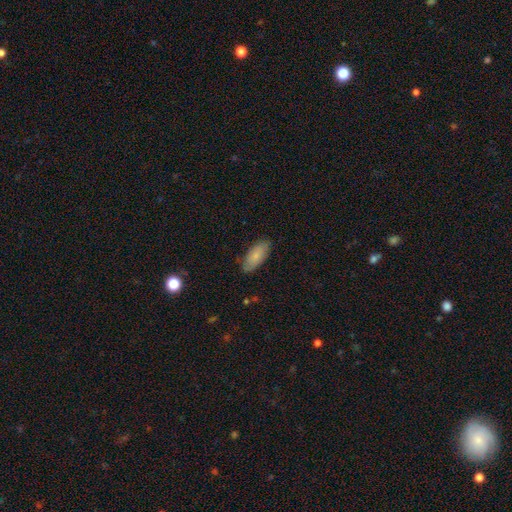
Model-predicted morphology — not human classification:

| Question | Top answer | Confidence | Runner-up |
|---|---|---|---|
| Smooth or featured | smooth | 78% | featured or disk (15%) |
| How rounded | in between | 86% | cigar-shaped (12%) |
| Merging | none | 82% | minor disturbance (14%) |